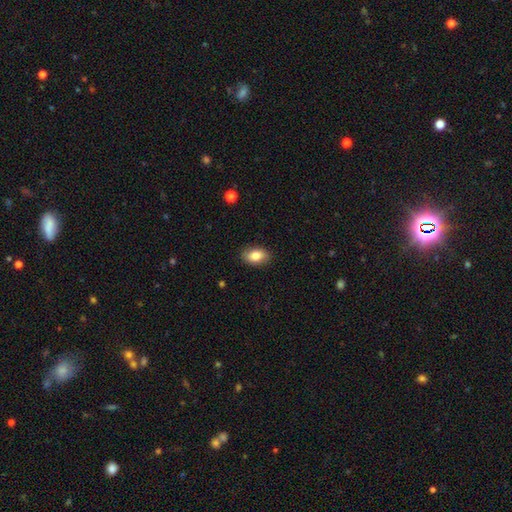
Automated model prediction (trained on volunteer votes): Smooth or featured?
  - smooth: 82% *
  - featured or disk: 10%
  - star or artifact: 7%
How rounded?
  - in between: 89% *
  - round: 9%
  - cigar-shaped: 2%
Merging?
  - none: 87% *
  - minor disturbance: 10%
  - major disturbance: 2%
  - merger: 1%